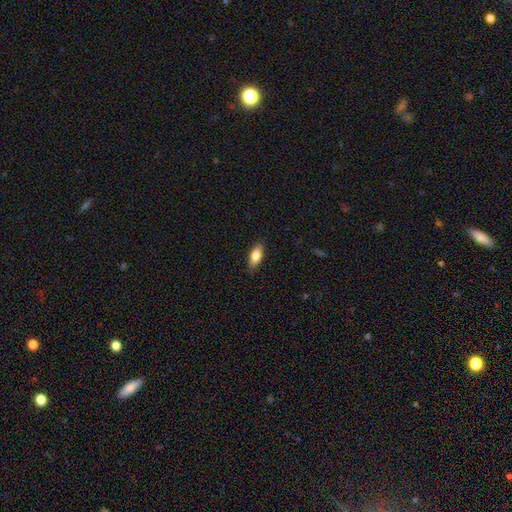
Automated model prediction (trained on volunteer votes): Smooth or featured: smooth — 78% (featured or disk — 15%)
How rounded: in between — 77% (cigar-shaped — 20%)
Merging: none — 85% (minor disturbance — 12%)